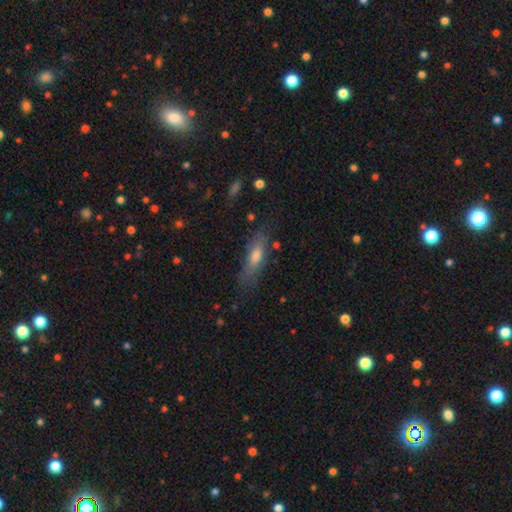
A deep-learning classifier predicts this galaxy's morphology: Smooth or featured? smooth (61%)
How rounded? cigar-shaped (59%)
Merging? none (73%)